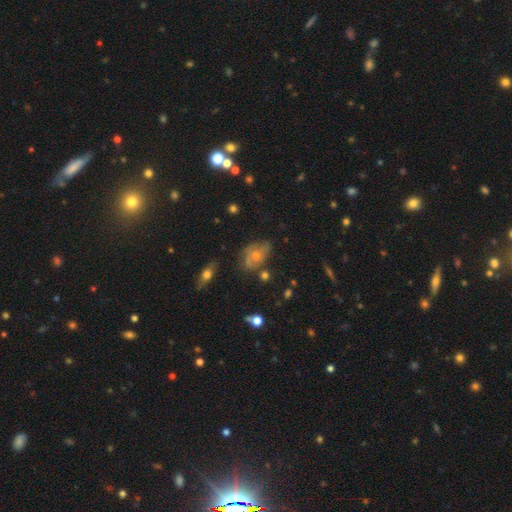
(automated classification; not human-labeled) Smooth or featured? featured or disk (44%)
Merging? none (59%)